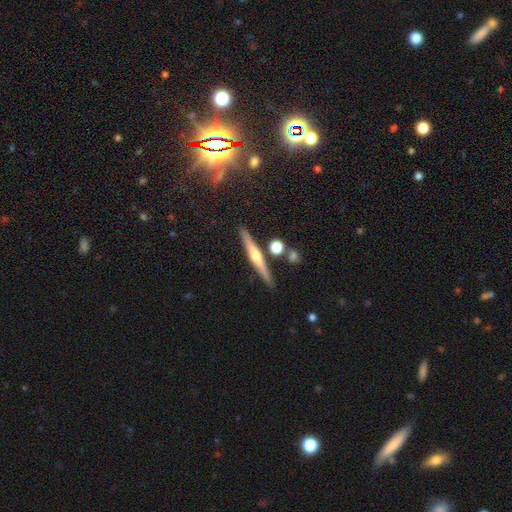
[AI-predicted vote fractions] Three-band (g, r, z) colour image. It shows a featured or disk galaxy (67%) viewed edge-on (97%) with a rounded central bulge (85%). Merging: none (86%).